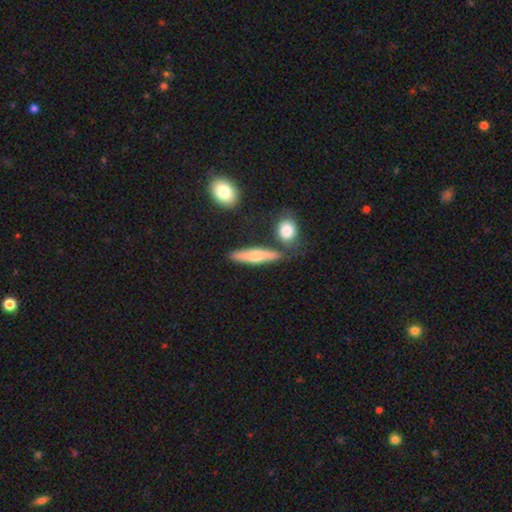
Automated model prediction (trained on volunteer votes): A smooth galaxy with no disk features (58%) that is cigar-shaped (74%). Merging: none (76%).